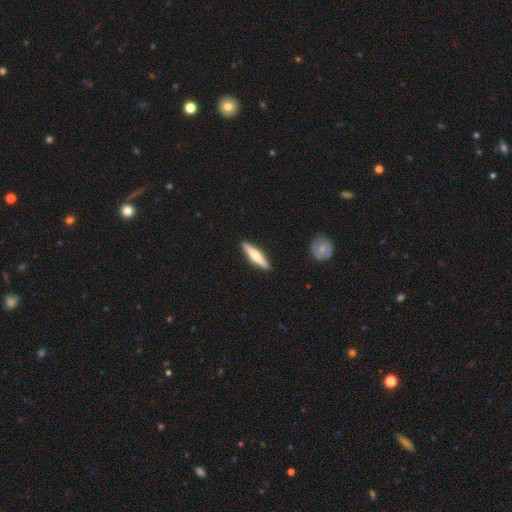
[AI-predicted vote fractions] A featured or disk galaxy (54%) viewed edge-on (95%) with a rounded central bulge (90%).

Vote fractions:
- Smooth or featured? featured or disk: 54% / smooth: 41% / star or artifact: 5%
- Edge-on disk? yes: 95% / no: 5%
- Edge-on bulge? rounded: 90% / none: 6% / boxy: 4%
- Merging? none: 91% / minor disturbance: 6% / major disturbance: 1% / merger: 1%